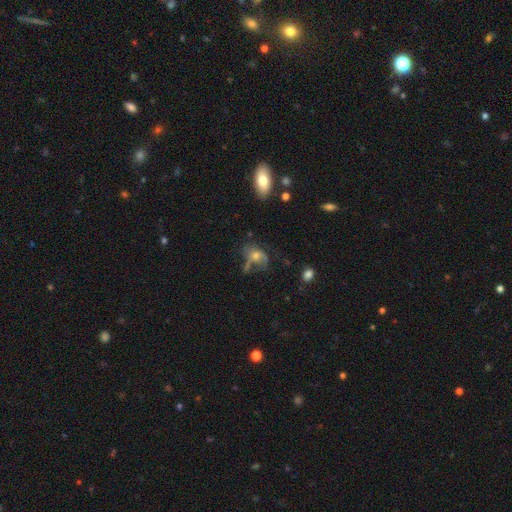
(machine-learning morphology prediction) Q: Smooth or featured?
A: smooth (44%); runner-up: featured or disk (42%)
Q: Merging?
A: none (36%); runner-up: major disturbance (28%)